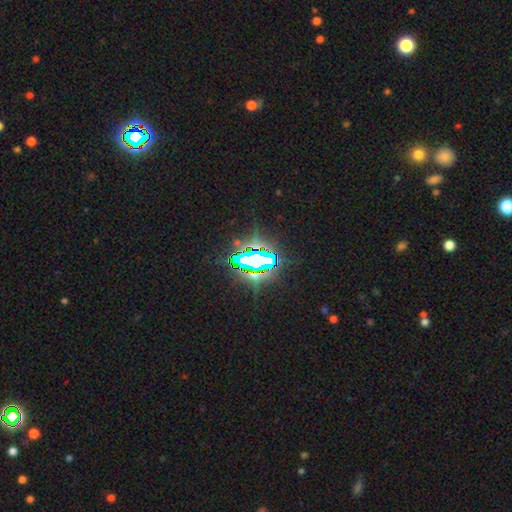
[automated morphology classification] smooth_or_featured: star or artifact (p=0.77) [alt: featured or disk p=0.12]